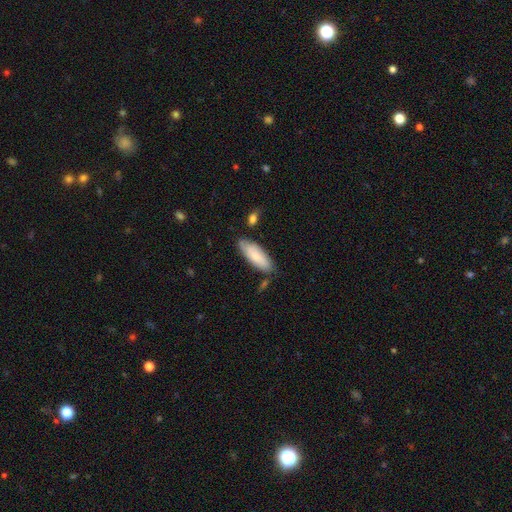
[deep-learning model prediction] smooth_or_featured: smooth (p=0.80) [alt: featured or disk p=0.14]
how_rounded: in between (p=0.64) [alt: cigar-shaped p=0.35]
merging: none (p=0.74) [alt: minor disturbance p=0.18]